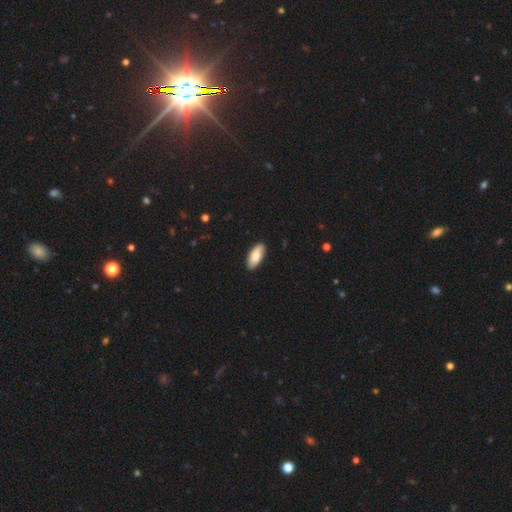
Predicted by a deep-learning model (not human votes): Smooth or featured?
  - smooth: 83% *
  - featured or disk: 12%
  - star or artifact: 5%
How rounded?
  - in between: 89% *
  - cigar-shaped: 9%
  - round: 2%
Merging?
  - none: 89% *
  - minor disturbance: 8%
  - major disturbance: 2%
  - merger: 1%